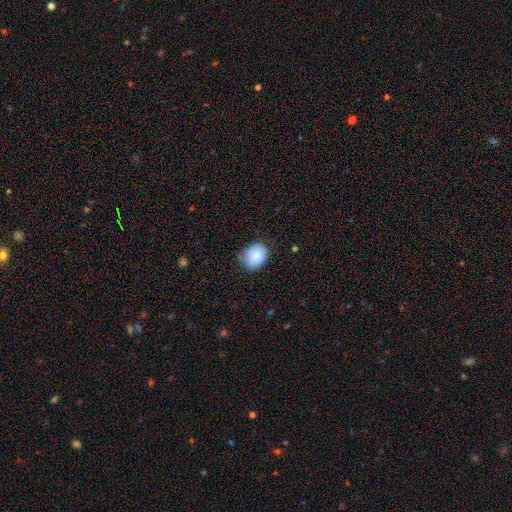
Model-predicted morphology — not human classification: A smooth galaxy with no disk features (86%) that is in between round and cigar-shaped (54%).

Vote fractions:
- Smooth or featured? smooth: 86% / star or artifact: 7% / featured or disk: 7%
- How rounded? in between: 54% / round: 46% / cigar-shaped: 1%
- Merging? none: 71% / minor disturbance: 24% / major disturbance: 4% / merger: 1%